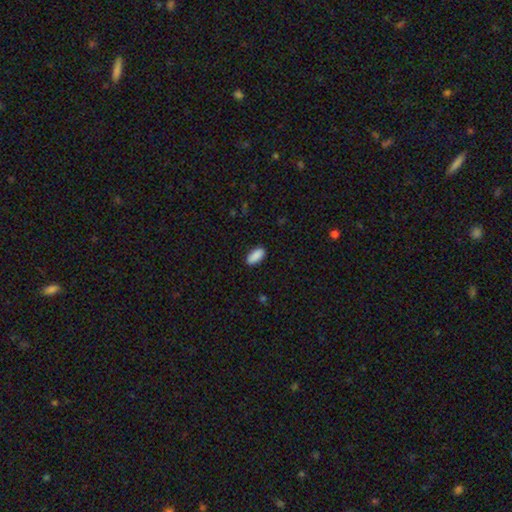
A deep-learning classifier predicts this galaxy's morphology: Q: Smooth or featured?
A: smooth (90%); runner-up: star or artifact (6%)
Q: How rounded?
A: in between (86%); runner-up: cigar-shaped (12%)
Q: Merging?
A: none (88%); runner-up: minor disturbance (9%)